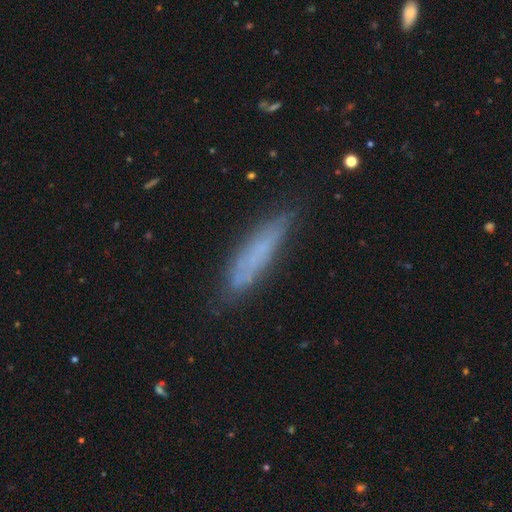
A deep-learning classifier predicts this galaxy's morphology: smooth-or-featured: smooth: 57% | featured or disk: 33% | star or artifact: 10%
  how-rounded: cigar-shaped: 82% | in between: 17% | round: 2%
  merging: none: 73% | minor disturbance: 19% | major disturbance: 5% | merger: 2%